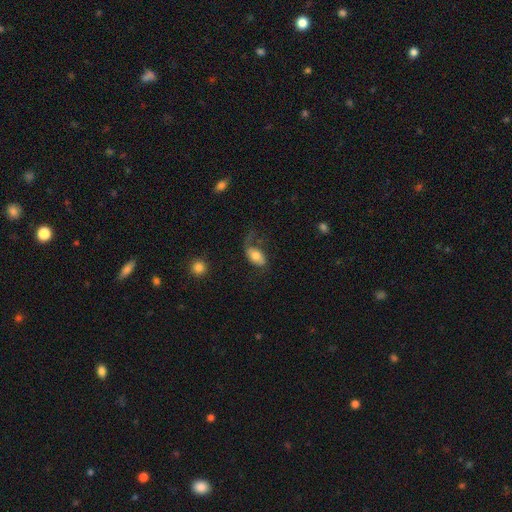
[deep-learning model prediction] The model was most divided on "merging": none: 37%, major disturbance: 36%, minor disturbance: 23%, merger: 4%. More confident: how rounded — in between (90%); smooth or featured — smooth (64%).